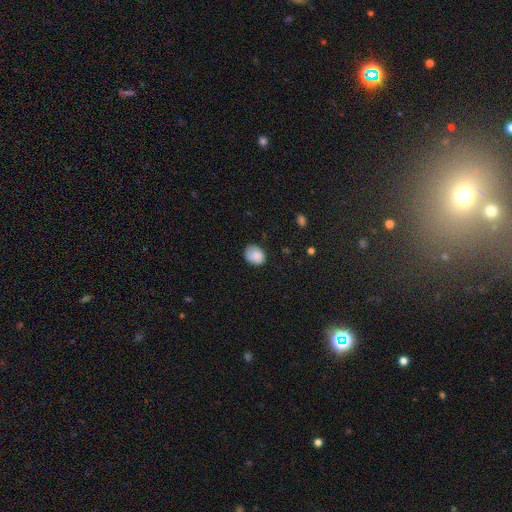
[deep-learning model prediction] Q: Smooth or featured?
A: smooth (87%); runner-up: star or artifact (8%)
Q: How rounded?
A: in between (52%); runner-up: round (47%)
Q: Merging?
A: none (71%); runner-up: minor disturbance (23%)